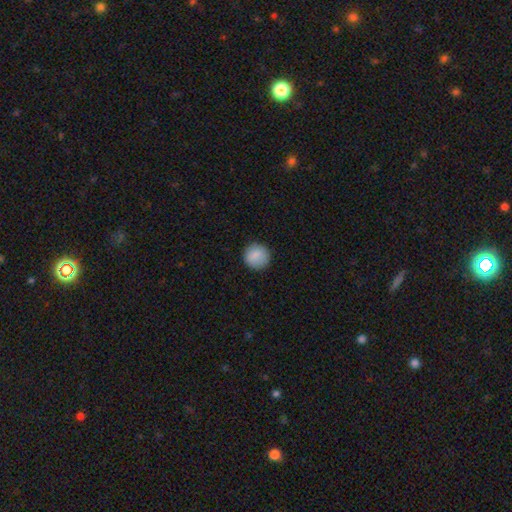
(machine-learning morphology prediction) This appears to be a smooth galaxy with no disk features (87%) that is round (94%). Merging: none (90%).